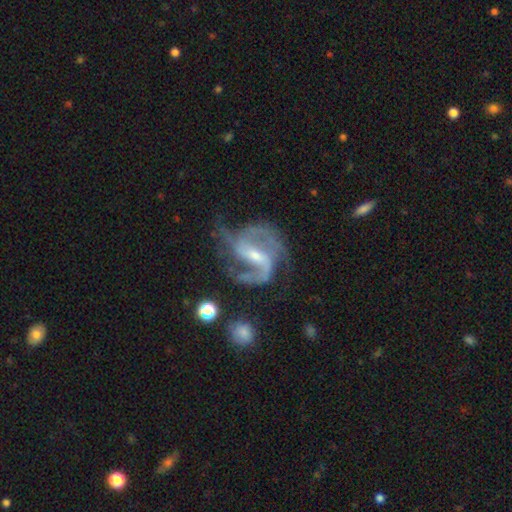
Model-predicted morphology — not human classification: Smooth or featured: featured or disk — 91% (star or artifact — 5%)
Edge-on disk: no — 98% (yes — 2%)
Bar: weak — 43% (strong — 42%)
Spiral arms: yes — 98% (no — 2%)
Spiral winding: medium — 57% (loose — 25%)
Spiral arm count: 2 — 61% (3 — 22%)
Bulge size: small — 60% (moderate — 34%)
Merging: none — 56% (major disturbance — 21%)